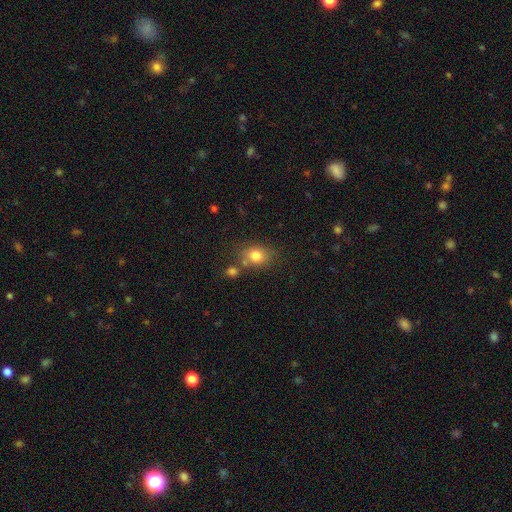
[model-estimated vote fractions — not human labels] The model was most divided on "how rounded": in between: 55%, round: 44%, cigar-shaped: 1%. More confident: smooth or featured — smooth (80%); merging — none (66%).